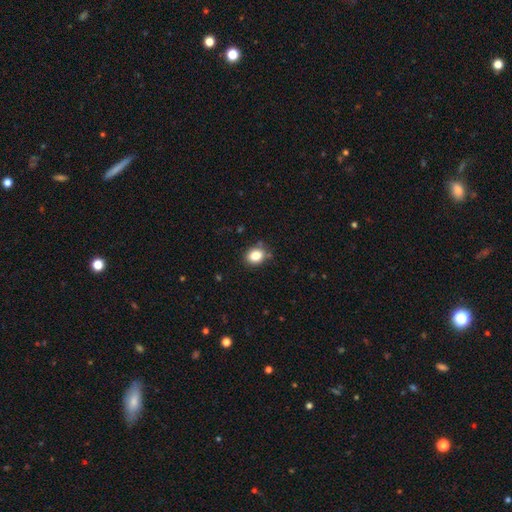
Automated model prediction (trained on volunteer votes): A smooth galaxy with no disk features (84%) that is round (54%).

Vote fractions:
- Smooth or featured? smooth: 84% / star or artifact: 10% / featured or disk: 6%
- How rounded? round: 54% / in between: 45% / cigar-shaped: 1%
- Merging? none: 81% / minor disturbance: 13% / major disturbance: 3% / merger: 3%